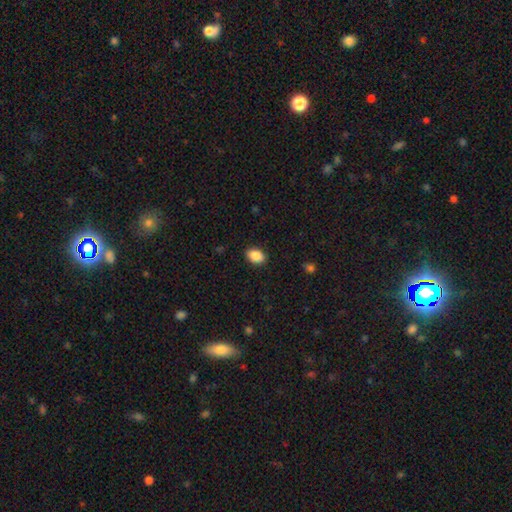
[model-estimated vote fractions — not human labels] A smooth galaxy with no disk features (89%) that is in between round and cigar-shaped (85%). Merging: none (89%).